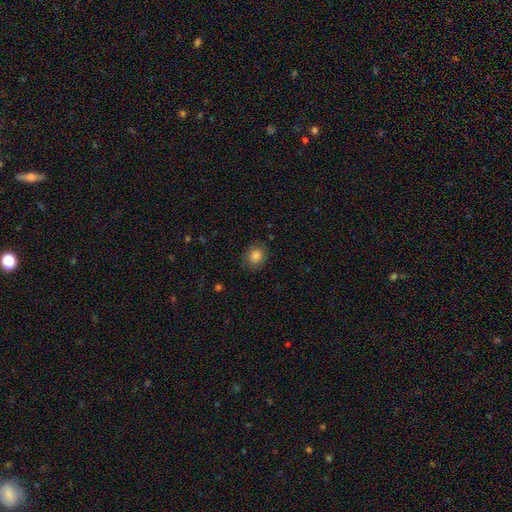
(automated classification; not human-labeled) This is clearly a smooth galaxy (84%). How rounded: likely round (73%). Merging: clearly none (82%).